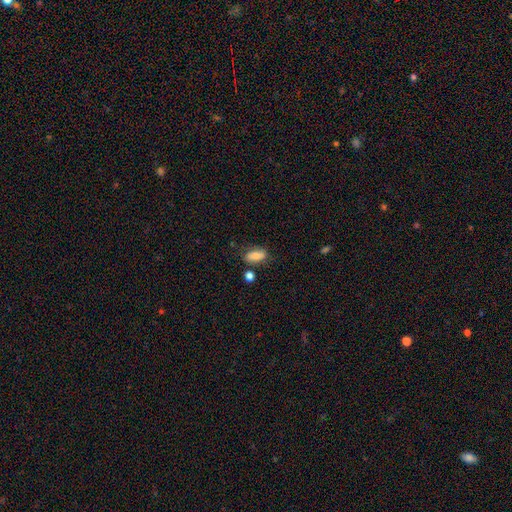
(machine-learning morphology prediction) The model was most divided on "merging": none: 71%, minor disturbance: 17%, merger: 7%, major disturbance: 5%. More confident: how rounded — in between (84%); smooth or featured — smooth (78%).